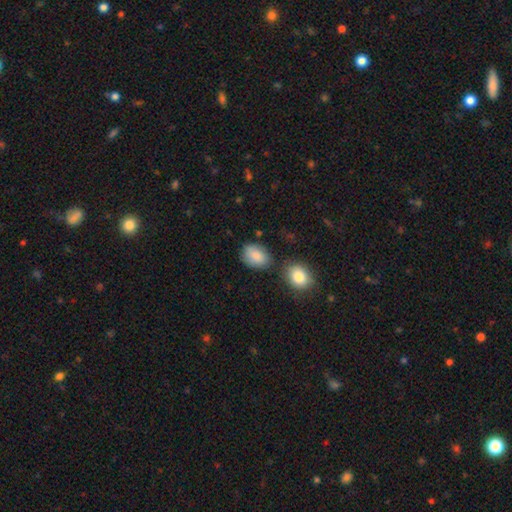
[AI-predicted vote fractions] Overall: smooth (85%). How rounded: in between (82%). Merging: none (67%).